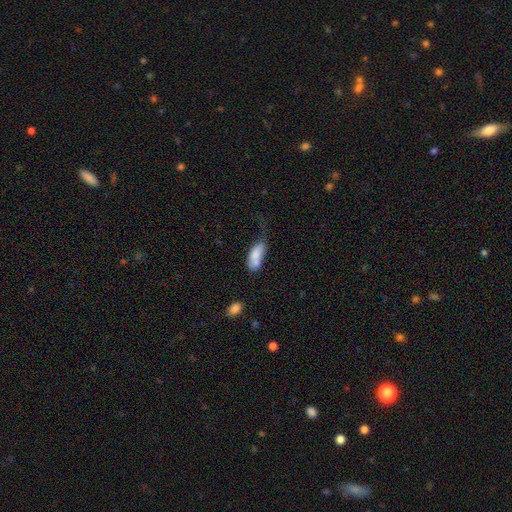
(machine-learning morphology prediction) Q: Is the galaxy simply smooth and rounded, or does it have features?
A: smooth — 76%.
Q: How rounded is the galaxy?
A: in between — 81%.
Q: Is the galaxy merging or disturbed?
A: minor disturbance — 29%.